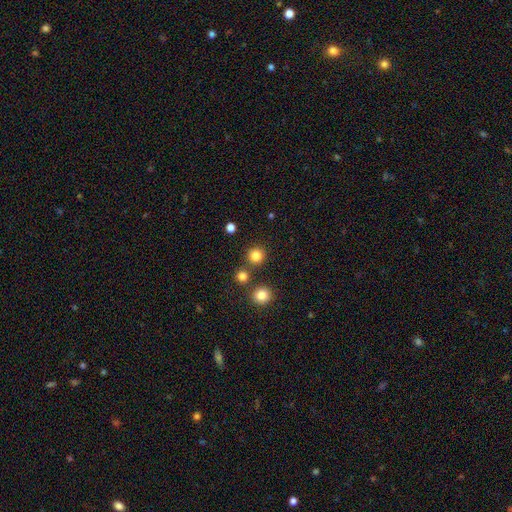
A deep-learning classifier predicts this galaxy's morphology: smooth_or_featured: smooth (p=0.82) [alt: star or artifact p=0.14]
how_rounded: round (p=0.93) [alt: in between p=0.06]
merging: none (p=0.82) [alt: merger p=0.09]